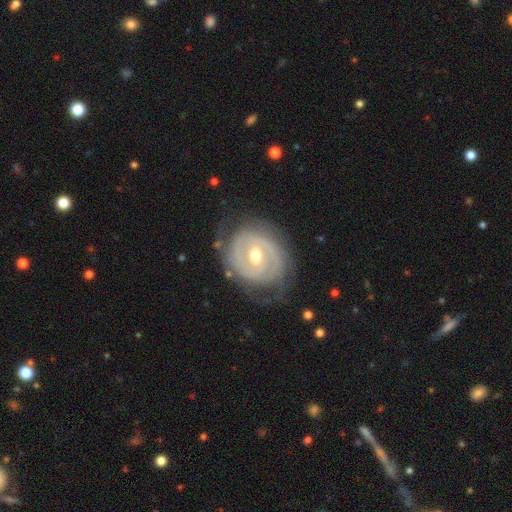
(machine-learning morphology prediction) smooth-or-featured: featured or disk: 84% | smooth: 11% | star or artifact: 5%
  disk-edge-on: no: 97% | yes: 3%
    bar: no: 44% | weak: 42% | strong: 15%
    has-spiral-arms: yes: 86% | no: 14%
      spiral-winding: tight: 71% | medium: 22% | loose: 7%
      spiral-arm-count: 2: 55% | can't tell: 25% | 3: 10% | 1: 4% | 4: 3% | more than 4: 3%
    bulge-size: moderate: 62% | small: 34% | large: 2% | none: 1% | dominant: 1%
  merging: none: 72% | minor disturbance: 18% | major disturbance: 8% | merger: 1%